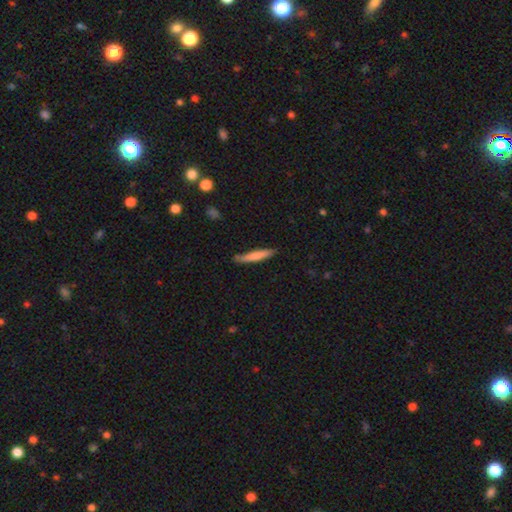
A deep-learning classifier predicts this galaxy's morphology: smooth 72%, featured or disk 23%, star or artifact 6%. Down the decision tree: how rounded — cigar-shaped (93%); merging — none (82%).